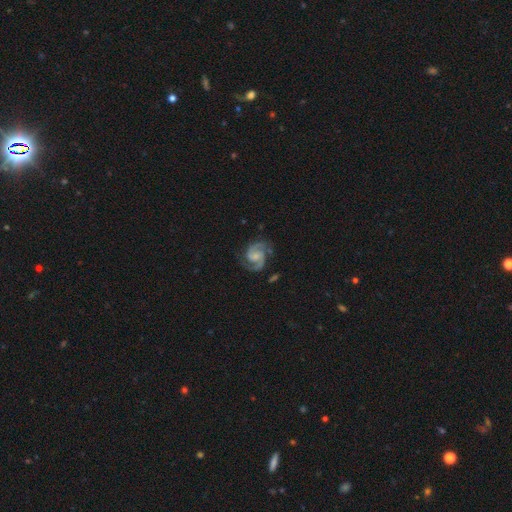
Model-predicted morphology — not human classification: This appears to be a featured or disk galaxy (93%) with no bar (53%), 2 (93%) medium (57%) spiral arms (99%) and a small central bulge (46%). Merging: none (78%).